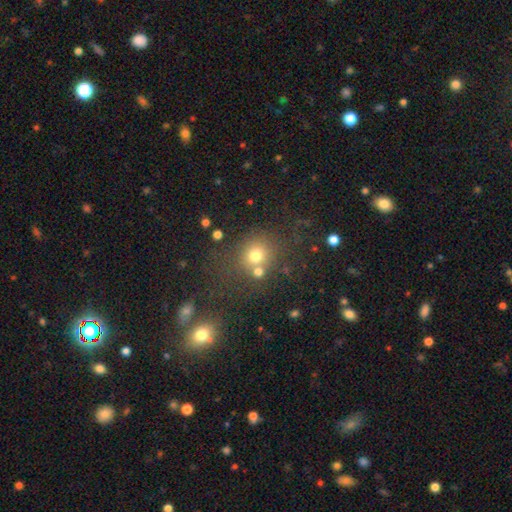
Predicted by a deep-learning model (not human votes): Smooth or featured?
  - smooth: 71% *
  - star or artifact: 18%
  - featured or disk: 11%
How rounded?
  - round: 81% *
  - in between: 17%
  - cigar-shaped: 1%
Merging?
  - none: 59% *
  - merger: 22%
  - minor disturbance: 11%
  - major disturbance: 8%